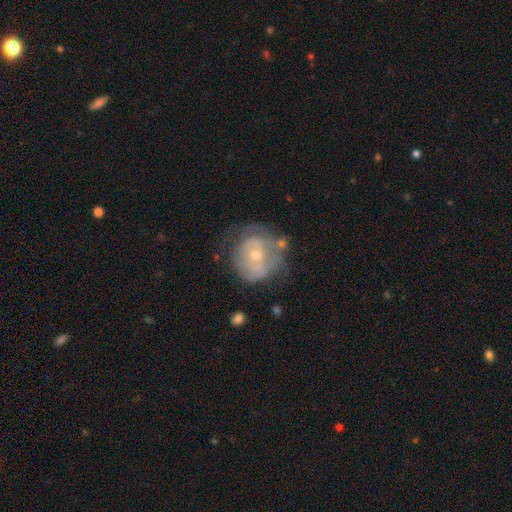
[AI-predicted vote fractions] This appears to be a featured or disk galaxy (59%) with no bar (71%), spiral arms (50%, tied with no) and a small central bulge (52%). Merging: none (46%).